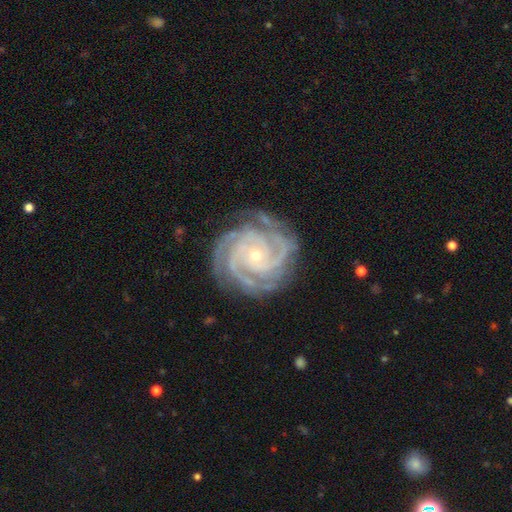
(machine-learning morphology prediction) type=featured or disk (93%); edge-on=no (98%); bar=no (72%); spiral arms=yes (99%); winding=tight (79%); arm count=3 (38%); bulge=small (74%); merging=none (81%).